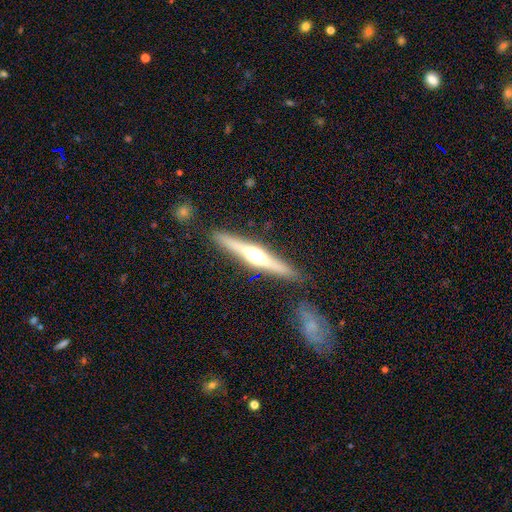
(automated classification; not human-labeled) featured or disk 70%, smooth 24%, star or artifact 6%. Down the decision tree: edge-on disk — yes (97%); edge-on bulge — rounded (90%); merging — none (88%).